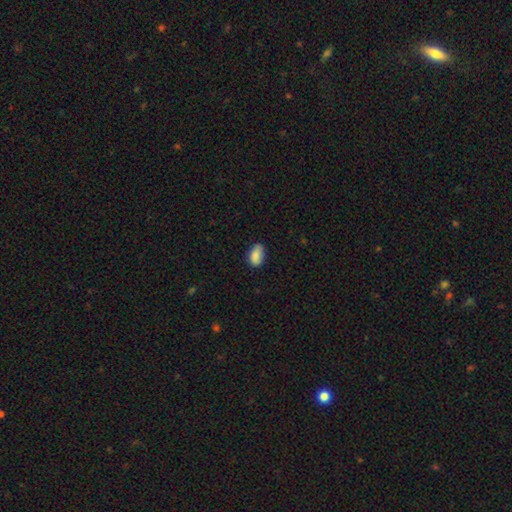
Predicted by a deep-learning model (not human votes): This appears to be a smooth galaxy with no disk features (86%) that is in between round and cigar-shaped (91%). Merging: none (69%).